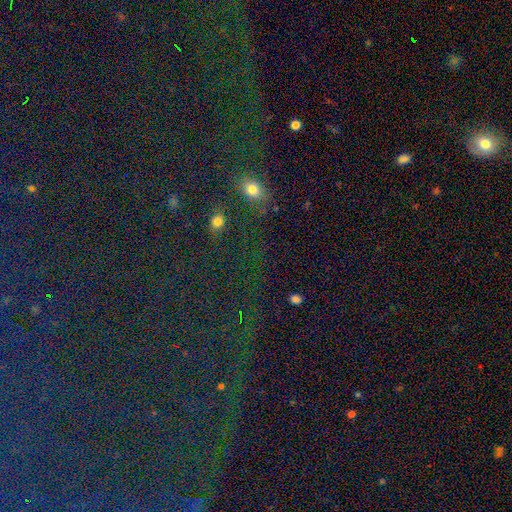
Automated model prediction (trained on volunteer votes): Smooth or featured? Predicted: smooth (p=0.48). Merging? Predicted: none (p=0.76).